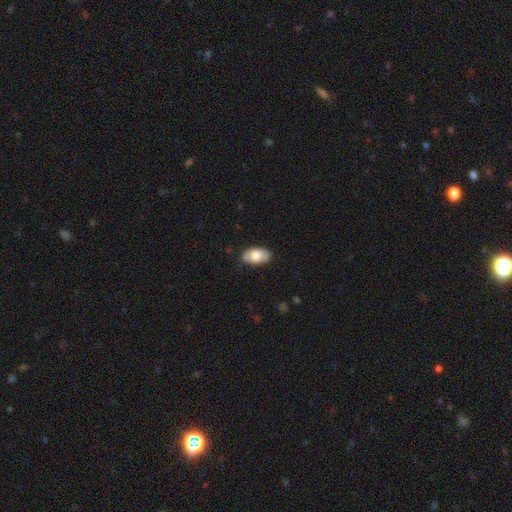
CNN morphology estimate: A smooth galaxy with no disk features (74%) that is in between round and cigar-shaped (93%).

Vote fractions:
- Smooth or featured? smooth: 74% / featured or disk: 20% / star or artifact: 6%
- How rounded? in between: 93% / round: 5% / cigar-shaped: 2%
- Merging? none: 80% / minor disturbance: 16% / major disturbance: 3% / merger: 1%